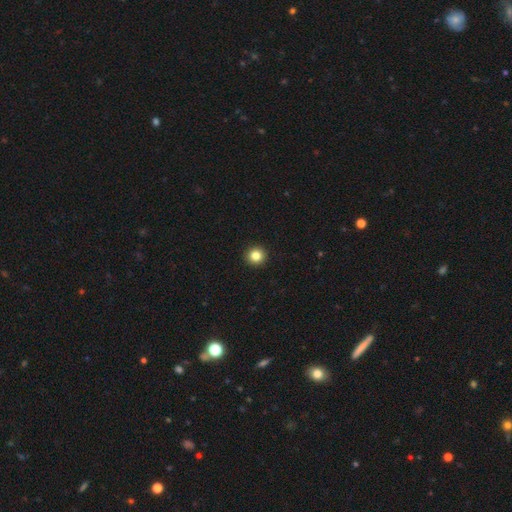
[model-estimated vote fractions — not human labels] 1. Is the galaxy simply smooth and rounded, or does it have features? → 84% smooth, 11% star or artifact, 6% featured or disk.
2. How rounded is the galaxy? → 95% round, 4% in between, 1% cigar-shaped.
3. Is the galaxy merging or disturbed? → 94% none, 4% minor disturbance, 1% major disturbance, 1% merger.